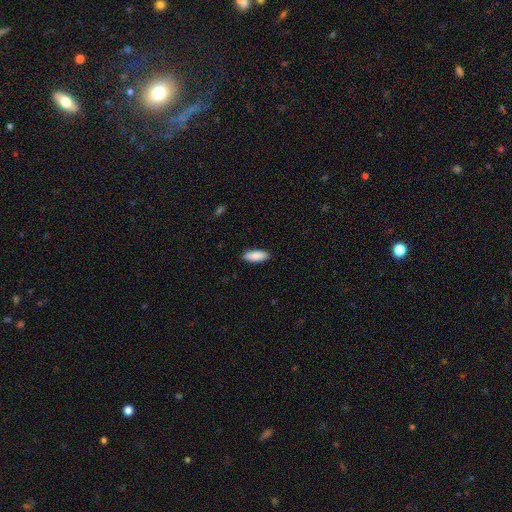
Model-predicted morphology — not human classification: A smooth galaxy with no disk features (89%) that is in between round and cigar-shaped (70%).

Vote fractions:
- Smooth or featured? smooth: 89% / star or artifact: 6% / featured or disk: 5%
- How rounded? in between: 70% / cigar-shaped: 28% / round: 2%
- Merging? none: 89% / minor disturbance: 8% / major disturbance: 2% / merger: 1%